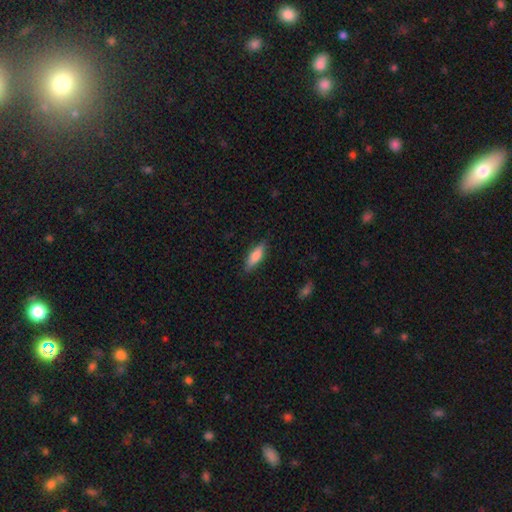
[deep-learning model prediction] smooth-or-featured: smooth: 77% | featured or disk: 17% | star or artifact: 6%
  how-rounded: in between: 51% | cigar-shaped: 47% | round: 2%
  merging: none: 86% | minor disturbance: 11% | major disturbance: 2% | merger: 1%